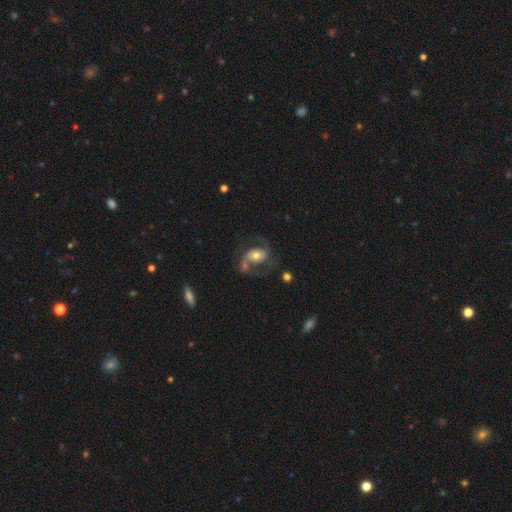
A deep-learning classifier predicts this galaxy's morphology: Smooth or featured: featured or disk — 72% (smooth — 21%)
Edge-on disk: no — 97% (yes — 3%)
Bar: no — 52% (weak — 31%)
Spiral arms: yes — 88% (no — 12%)
Spiral winding: medium — 52% (loose — 34%)
Spiral arm count: 2 — 89% (can't tell — 4%)
Bulge size: moderate — 63% (small — 22%)
Merging: none — 55% (major disturbance — 16%)